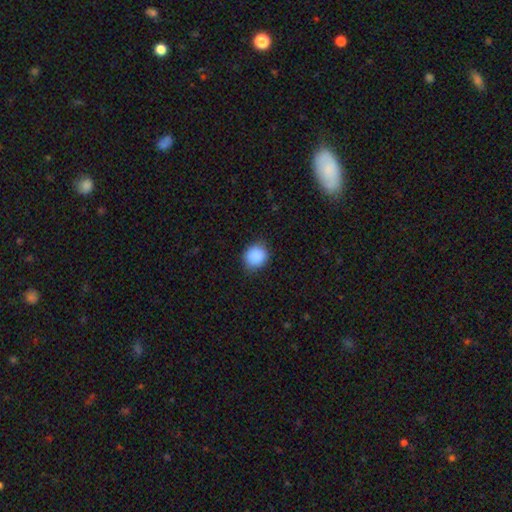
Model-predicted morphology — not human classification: Smooth or featured?
  - smooth: 89% *
  - star or artifact: 8%
  - featured or disk: 3%
How rounded?
  - round: 76% *
  - in between: 23%
  - cigar-shaped: 1%
Merging?
  - none: 84% *
  - minor disturbance: 13%
  - major disturbance: 3%
  - merger: 1%